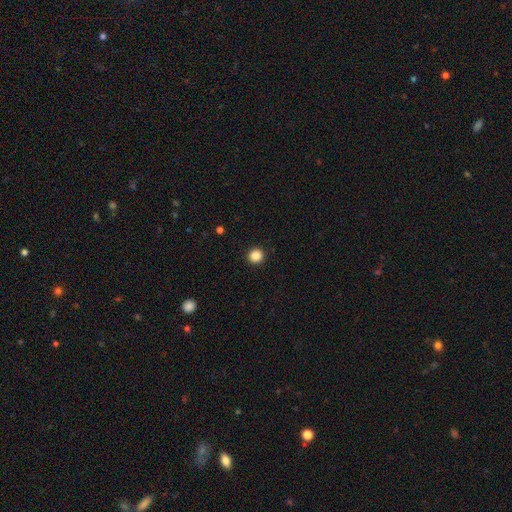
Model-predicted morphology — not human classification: smooth_or_featured: smooth (p=0.87) [alt: star or artifact p=0.10]
how_rounded: round (p=0.93) [alt: in between p=0.06]
merging: none (p=0.93) [alt: minor disturbance p=0.04]